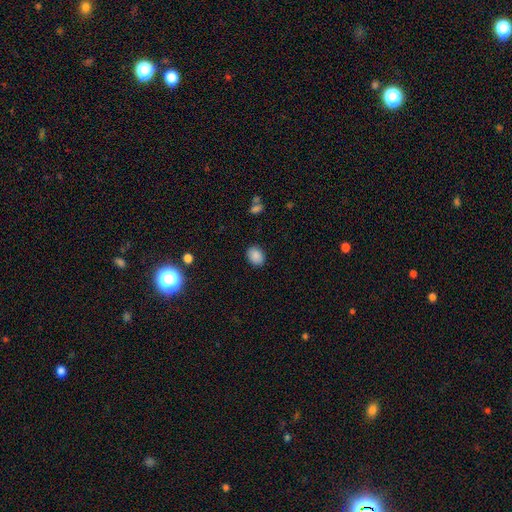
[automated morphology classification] The model was most divided on "how rounded": in between: 68%, round: 31%, cigar-shaped: 1%. More confident: smooth or featured — smooth (87%); merging — none (87%).